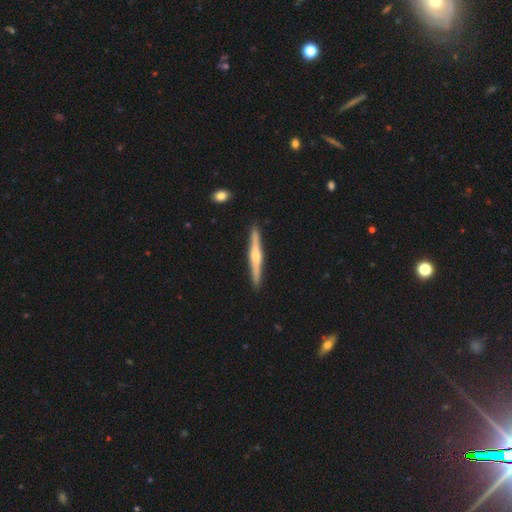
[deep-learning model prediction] featured or disk 68%, smooth 27%, star or artifact 5%. Down the decision tree: edge-on disk — yes (98%); edge-on bulge — rounded (81%); merging — none (91%).